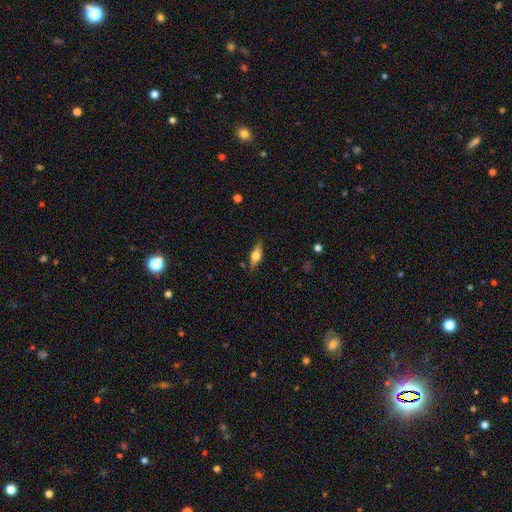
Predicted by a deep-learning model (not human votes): featured or disk 47%, smooth 46%, star or artifact 7%. Down the decision tree: merging — none (83%).